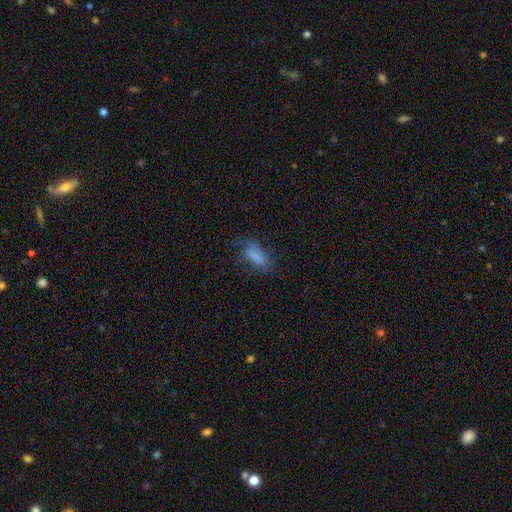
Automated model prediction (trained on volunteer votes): Smooth or featured? Predicted: smooth (p=0.65). How rounded? Predicted: in between (p=0.83). Merging? Predicted: none (p=0.53).